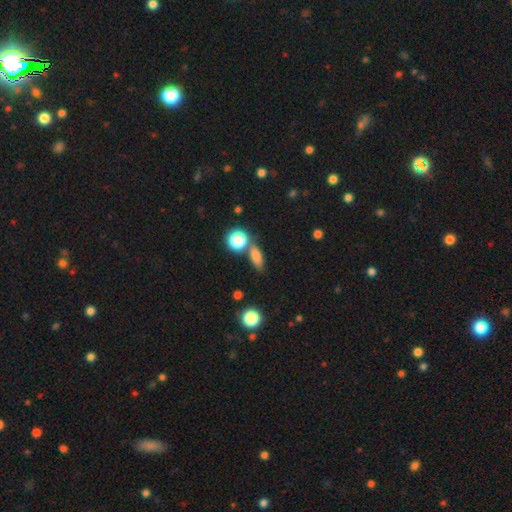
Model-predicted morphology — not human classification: This is likely a smooth galaxy (75%). How rounded: possibly in between (57%). Merging: likely none (68%).